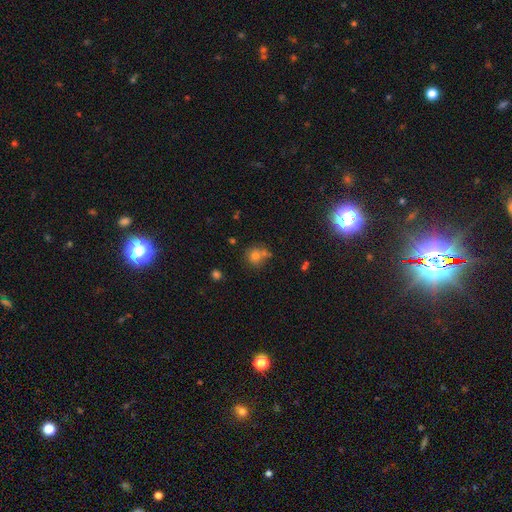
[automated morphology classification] Q: Smooth or featured?
A: smooth (74%); runner-up: star or artifact (15%)
Q: How rounded?
A: round (86%); runner-up: in between (13%)
Q: Merging?
A: none (58%); runner-up: merger (24%)